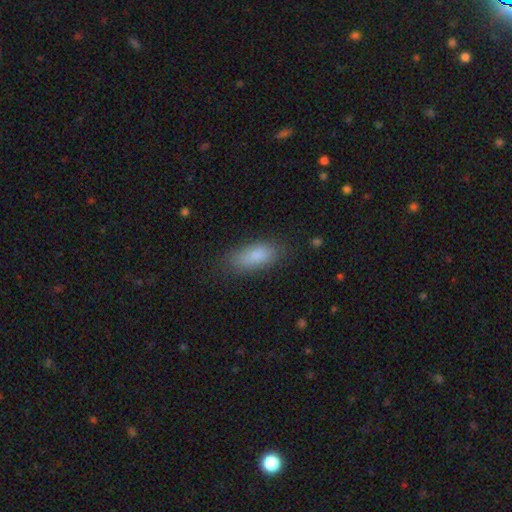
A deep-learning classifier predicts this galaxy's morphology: A smooth galaxy with no disk features (86%) that is in between round and cigar-shaped (80%). Merging: none (78%).